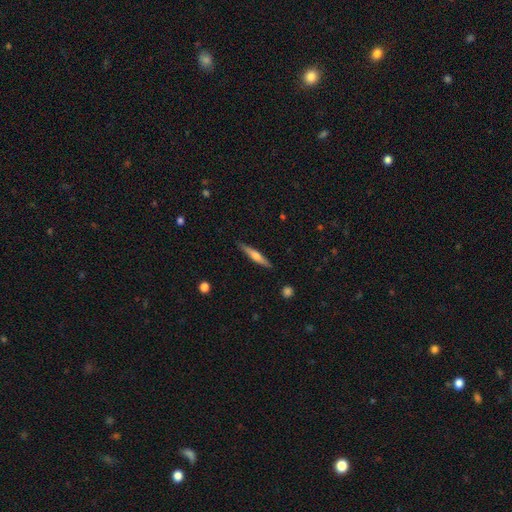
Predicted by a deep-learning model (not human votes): Smooth or featured? featured or disk (48%)
Merging? none (90%)